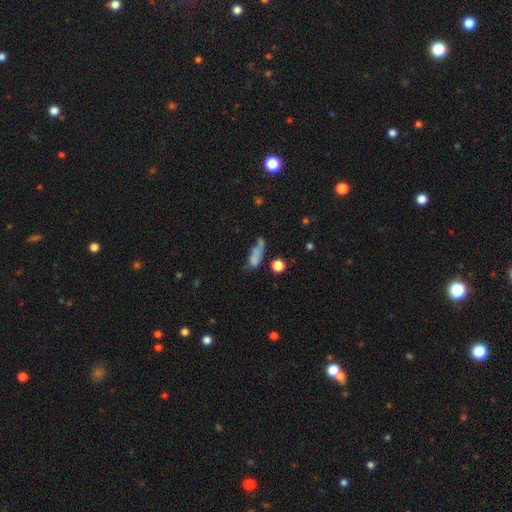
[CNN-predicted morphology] smooth_or_featured: smooth (p=0.66) [alt: featured or disk p=0.20]
how_rounded: in between (p=0.58) [alt: cigar-shaped p=0.34]
merging: none (p=0.30) [alt: major disturbance p=0.25]